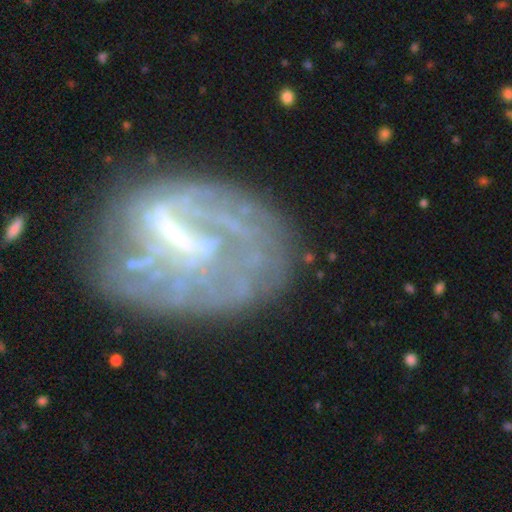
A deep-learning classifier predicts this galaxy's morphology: Smooth or featured: featured or disk — 73% (smooth — 16%)
Edge-on disk: no — 96% (yes — 4%)
Bar: strong — 46% (weak — 35%)
Spiral arms: no — 51% (yes — 49%)
Bulge size: none — 39% (small — 34%)
Merging: none — 51% (major disturbance — 24%)